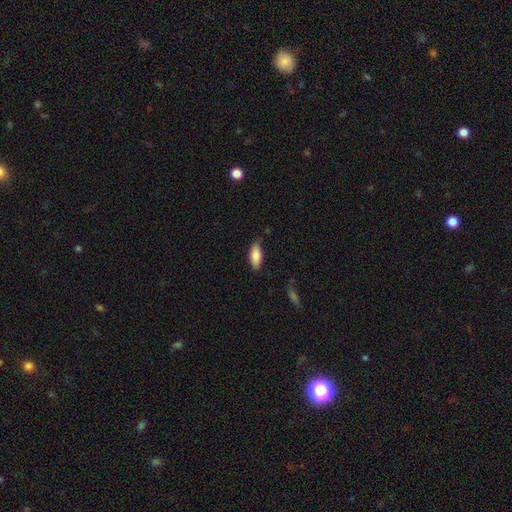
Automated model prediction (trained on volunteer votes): Smooth or featured: smooth — 86% (featured or disk — 8%)
How rounded: in between — 79% (cigar-shaped — 19%)
Merging: none — 79% (minor disturbance — 17%)